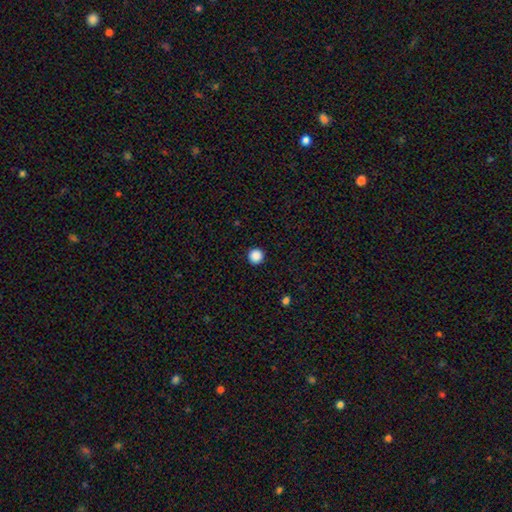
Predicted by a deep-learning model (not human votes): Smooth or featured? Predicted: smooth (p=0.87). How rounded? Predicted: round (p=0.96). Merging? Predicted: none (p=0.93).